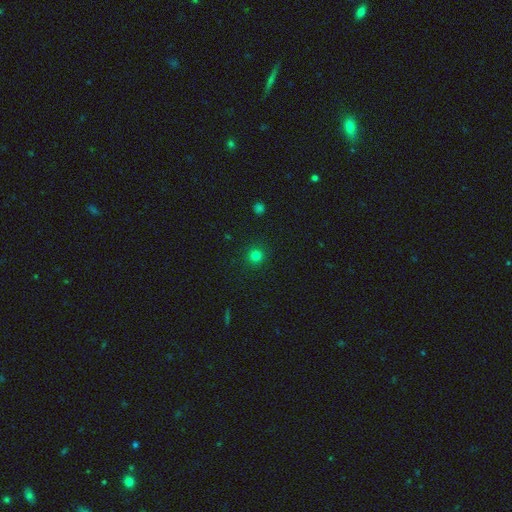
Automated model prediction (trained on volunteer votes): smooth-or-featured: smooth: 79% | star or artifact: 16% | featured or disk: 5%
  how-rounded: round: 95% | in between: 4% | cigar-shaped: 1%
  merging: none: 92% | minor disturbance: 5% | major disturbance: 2% | merger: 1%